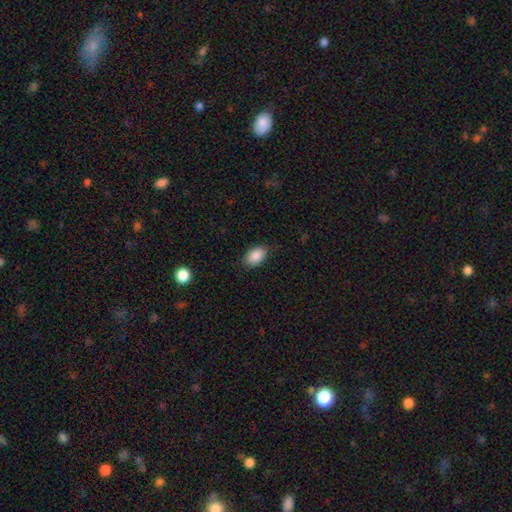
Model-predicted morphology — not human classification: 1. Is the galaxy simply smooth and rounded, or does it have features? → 88% smooth, 7% star or artifact, 5% featured or disk.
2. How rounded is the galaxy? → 92% in between, 7% round, 1% cigar-shaped.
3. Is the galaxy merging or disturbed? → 82% none, 14% minor disturbance, 3% major disturbance, 1% merger.